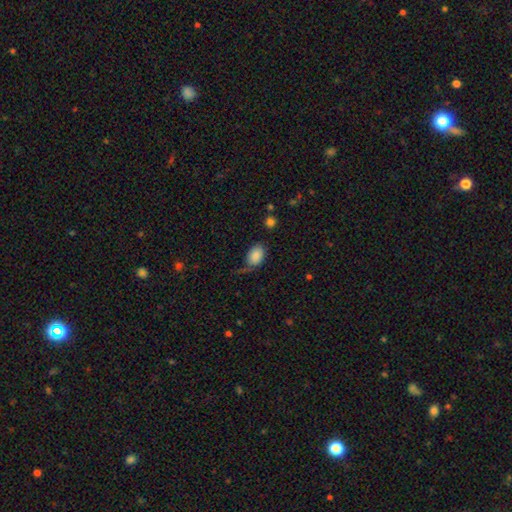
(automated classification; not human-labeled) Overall: smooth (85%). How rounded: in between (86%). Merging: none (48%; minor disturbance 28%).